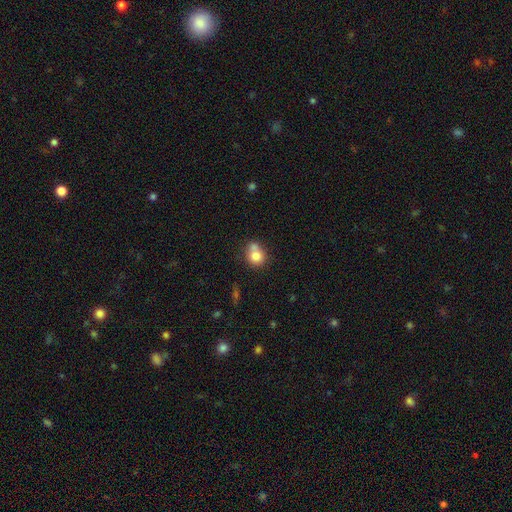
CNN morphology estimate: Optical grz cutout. It shows a smooth galaxy with no disk features (77%) that is round (73%). Merging: none (42%).